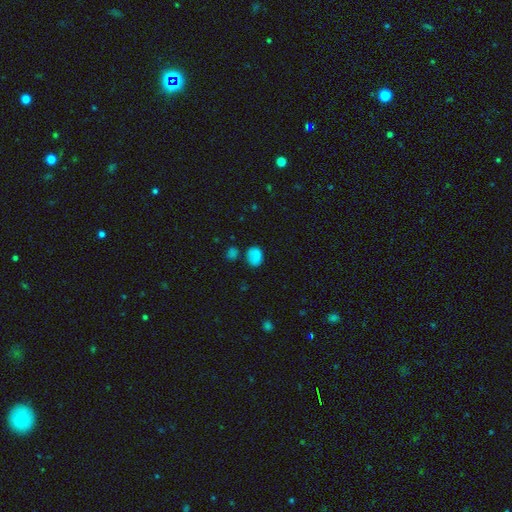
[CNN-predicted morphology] This is likely a smooth galaxy (77%). How rounded: likely in between (62%). Merging: possibly none (59%).